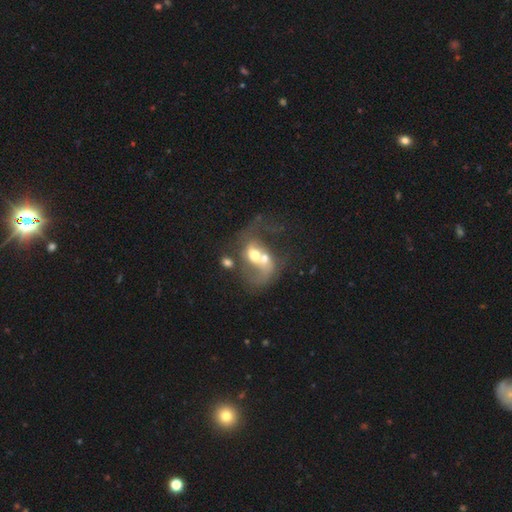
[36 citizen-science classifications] Smooth or featured?
  - featured or disk: 67% *
  - smooth: 28%
  - star or artifact: 6%
Edge-on disk?
  - no: 100% *
  - yes: 0%
Bar?
  - no: 75% *
  - weak: 17%
  - strong: 8%
Spiral arms?
  - yes: 71% *
  - no: 29%
Spiral winding?
  - loose: 59% *
  - medium: 29%
  - tight: 12%
Spiral arm count?
  - 2: 76% *
  - 1: 12%
  - can't tell: 12%
  - 3: 0%
  - 4: 0%
  - more than 4: 0%
Bulge size?
  - moderate: 50% *
  - small: 29%
  - large: 17%
  - dominant: 4%
  - none: 0%
Merging?
  - merger: 56% *
  - major disturbance: 21%
  - none: 18%
  - minor disturbance: 6%